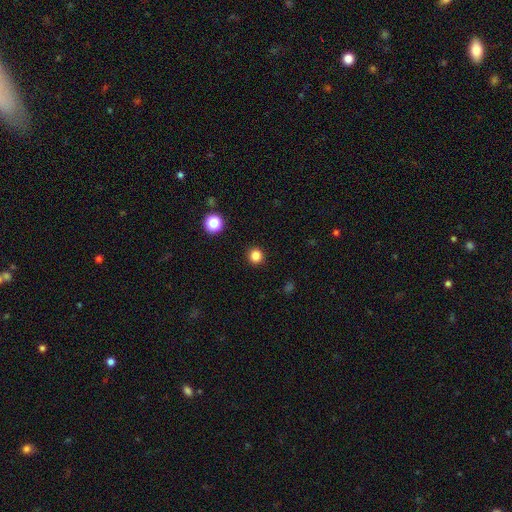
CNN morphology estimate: Overall: smooth (84%). How rounded: round (94%). Merging: none (92%).